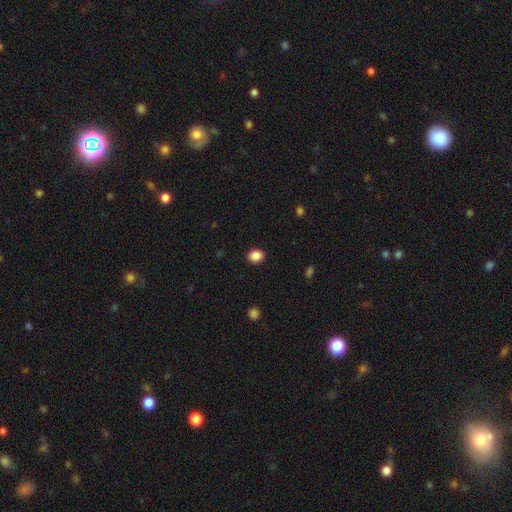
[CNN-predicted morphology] A smooth galaxy with no disk features (88%) that is in between round and cigar-shaped (51%).

Vote fractions:
- Smooth or featured? smooth: 88% / star or artifact: 9% / featured or disk: 3%
- How rounded? in between: 51% / round: 48% / cigar-shaped: 1%
- Merging? none: 90% / minor disturbance: 7% / major disturbance: 2% / merger: 1%